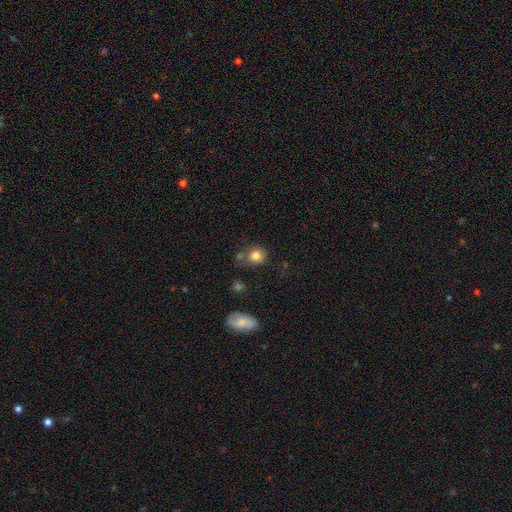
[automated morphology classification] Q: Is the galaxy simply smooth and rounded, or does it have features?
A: smooth — 82%.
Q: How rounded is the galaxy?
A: round — 80%.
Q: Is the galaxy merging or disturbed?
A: none — 66%.